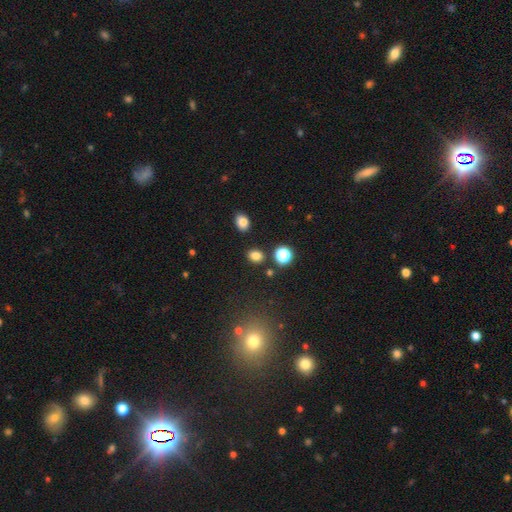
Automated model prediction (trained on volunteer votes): Smooth or featured: smooth — 80% (star or artifact — 15%)
How rounded: in between — 57% (round — 41%)
Merging: none — 83% (minor disturbance — 9%)